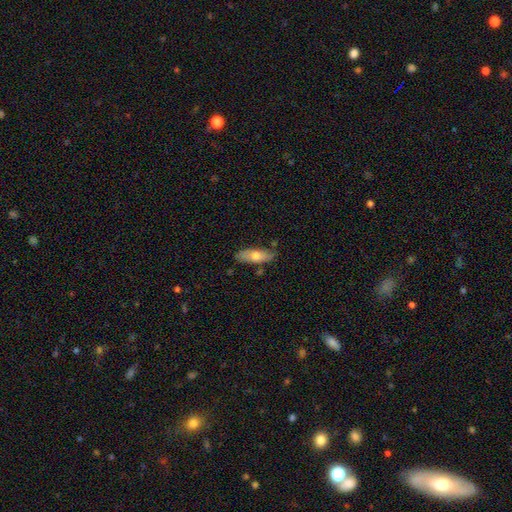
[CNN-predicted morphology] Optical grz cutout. It shows a smooth galaxy with no disk features (64%) that is in between round and cigar-shaped (64%). Merging: none (74%).